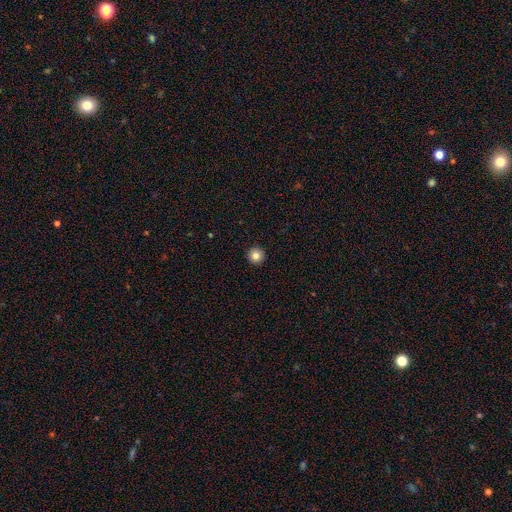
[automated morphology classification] smooth-or-featured: smooth: 84% | star or artifact: 10% | featured or disk: 6%
  how-rounded: round: 97% | in between: 2% | cigar-shaped: 1%
  merging: none: 94% | minor disturbance: 4% | major disturbance: 1% | merger: 1%